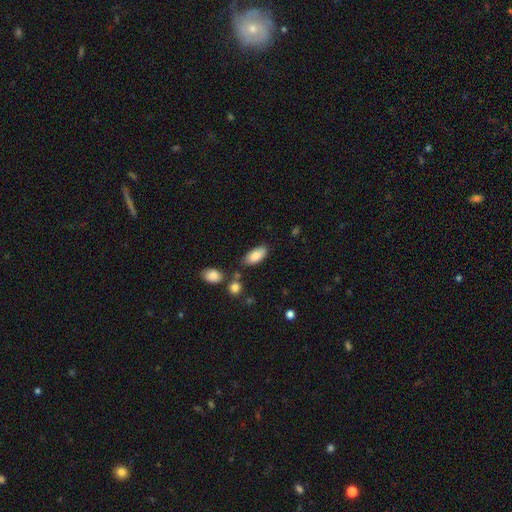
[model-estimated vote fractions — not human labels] Smooth or featured?
  - smooth: 85% *
  - featured or disk: 8%
  - star or artifact: 7%
How rounded?
  - in between: 90% *
  - cigar-shaped: 7%
  - round: 3%
Merging?
  - none: 72% *
  - minor disturbance: 17%
  - merger: 7%
  - major disturbance: 4%